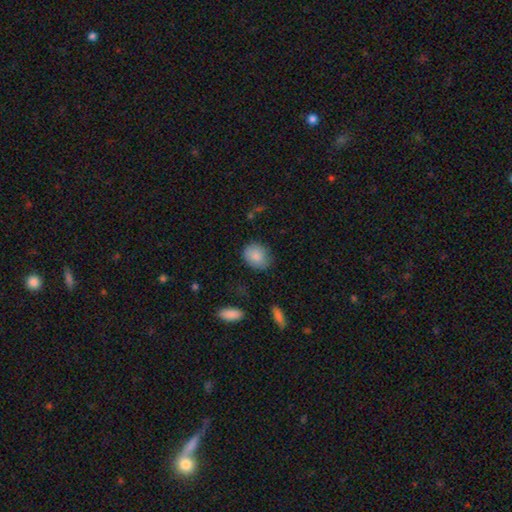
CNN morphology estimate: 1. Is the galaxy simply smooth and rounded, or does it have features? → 86% smooth, 7% star or artifact, 6% featured or disk.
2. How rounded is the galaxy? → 54% in between, 45% round, 1% cigar-shaped.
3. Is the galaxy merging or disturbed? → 77% none, 17% minor disturbance, 4% major disturbance, 2% merger.